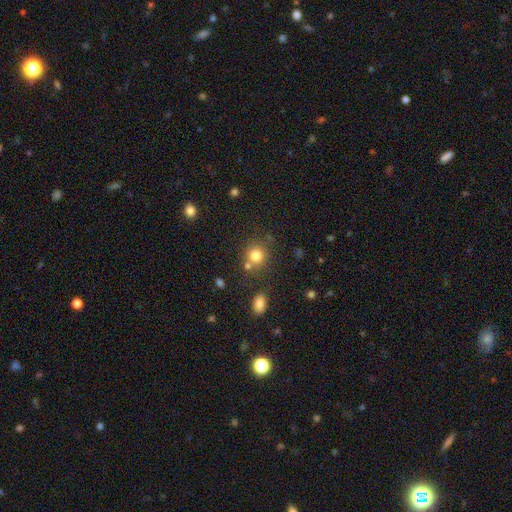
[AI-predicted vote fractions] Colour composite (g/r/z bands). It shows a smooth galaxy with no disk features (79%) that is round (88%). Merging: none (69%).